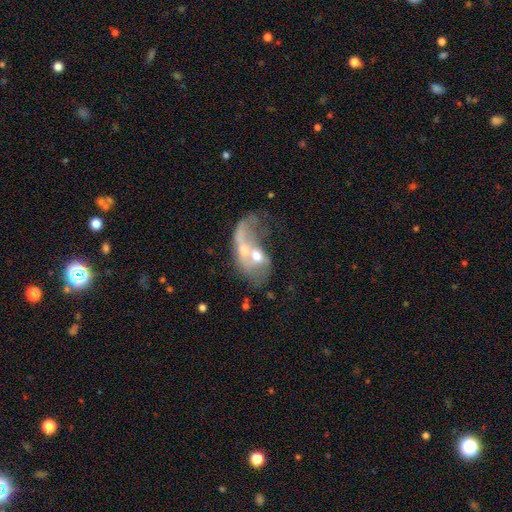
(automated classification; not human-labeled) smooth-or-featured: featured or disk: 56% | smooth: 35% | star or artifact: 9%
  disk-edge-on: no: 95% | yes: 5%
    bar: no: 78% | weak: 17% | strong: 5%
    has-spiral-arms: no: 72% | yes: 28%
    bulge-size: moderate: 57% | small: 19% | large: 12% | none: 9% | dominant: 2%
  merging: merger: 61% | major disturbance: 24% | none: 9% | minor disturbance: 6%